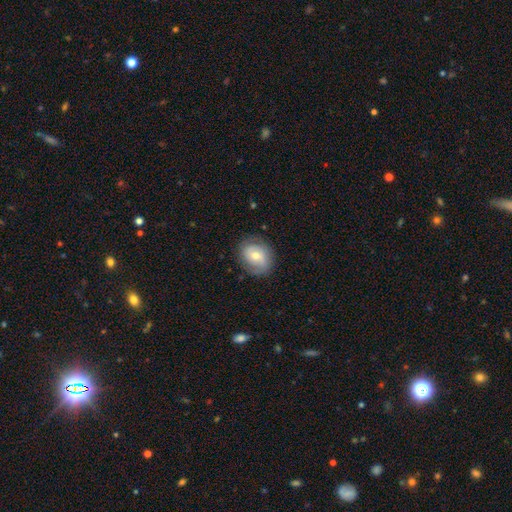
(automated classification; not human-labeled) smooth_or_featured: smooth (p=0.51) [alt: featured or disk p=0.41]
how_rounded: round (p=0.55) [alt: in between p=0.44]
merging: none (p=0.78) [alt: minor disturbance p=0.16]